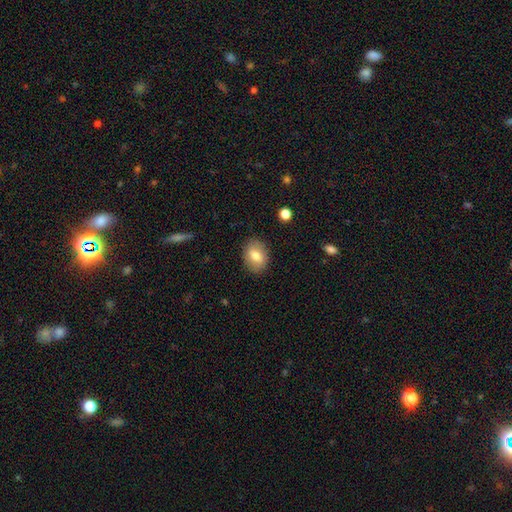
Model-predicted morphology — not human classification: Overall: smooth (77%). How rounded: in between (67%; round 32%). Merging: none (86%).